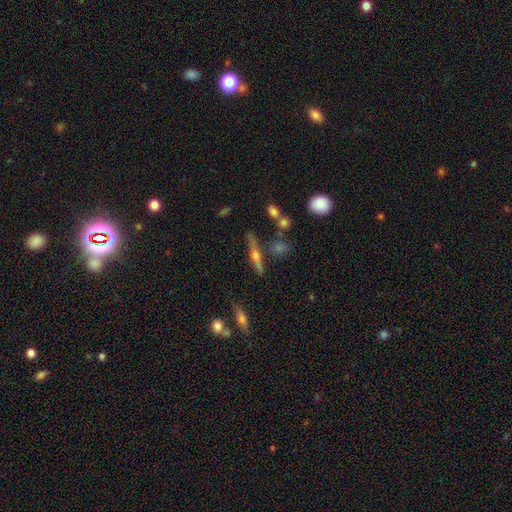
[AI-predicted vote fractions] Q: Smooth or featured?
A: featured or disk (67%); runner-up: smooth (24%)
Q: Edge-on disk?
A: yes (96%); runner-up: no (4%)
Q: Edge-on bulge?
A: rounded (90%); runner-up: boxy (6%)
Q: Merging?
A: none (77%); runner-up: minor disturbance (12%)